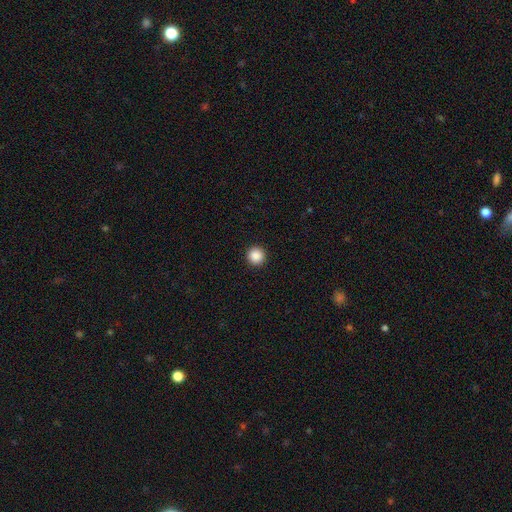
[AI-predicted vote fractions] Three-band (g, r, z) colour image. It shows a smooth galaxy with no disk features (88%) that is round (96%). Merging: none (94%).